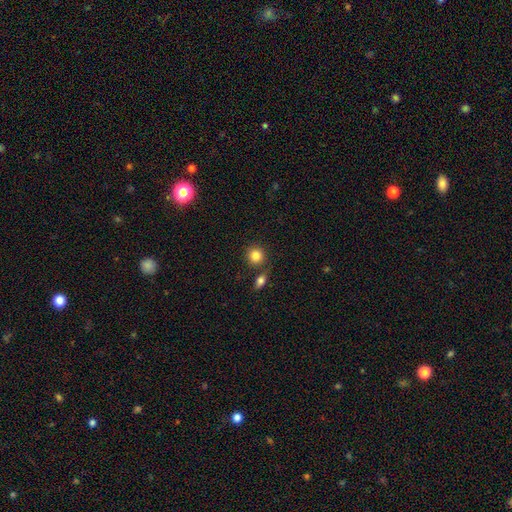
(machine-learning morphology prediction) Q: Smooth or featured?
A: smooth (84%); runner-up: star or artifact (10%)
Q: How rounded?
A: round (88%); runner-up: in between (11%)
Q: Merging?
A: none (75%); runner-up: merger (13%)